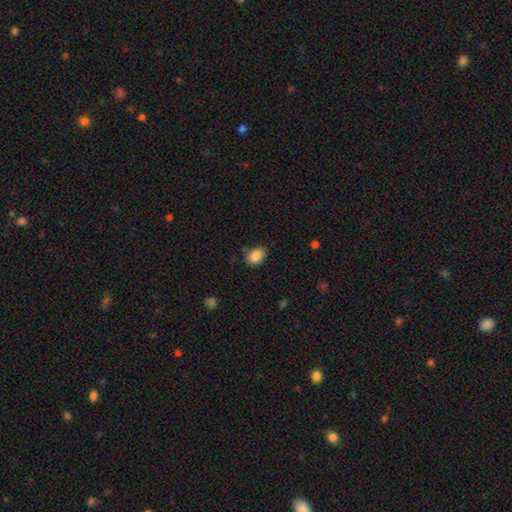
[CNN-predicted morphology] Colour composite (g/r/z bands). It shows a smooth galaxy with no disk features (88%) that is in between round and cigar-shaped (72%). Merging: none (78%).